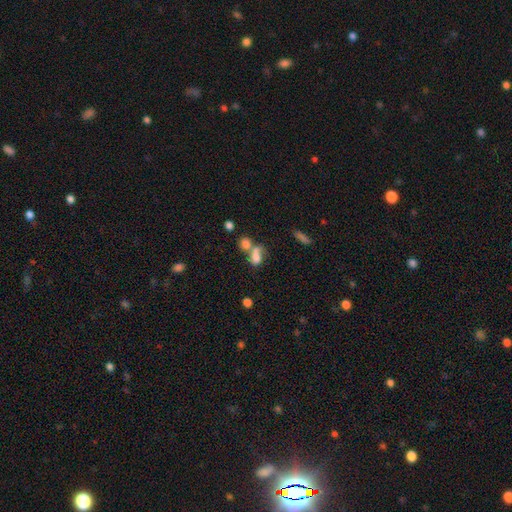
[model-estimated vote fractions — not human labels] smooth 71%, featured or disk 17%, star or artifact 12%. Down the decision tree: how rounded — in between (70%); merging — merger (59%).